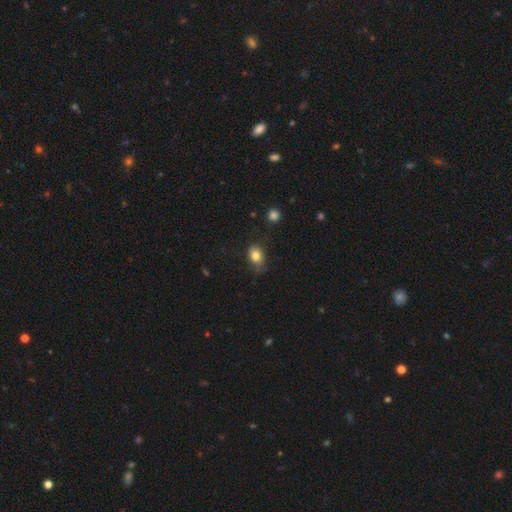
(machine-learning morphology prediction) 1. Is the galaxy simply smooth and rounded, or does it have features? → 82% smooth, 10% star or artifact, 8% featured or disk.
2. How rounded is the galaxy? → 61% in between, 38% round, 1% cigar-shaped.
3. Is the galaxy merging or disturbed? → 65% none, 26% minor disturbance, 7% major disturbance, 2% merger.